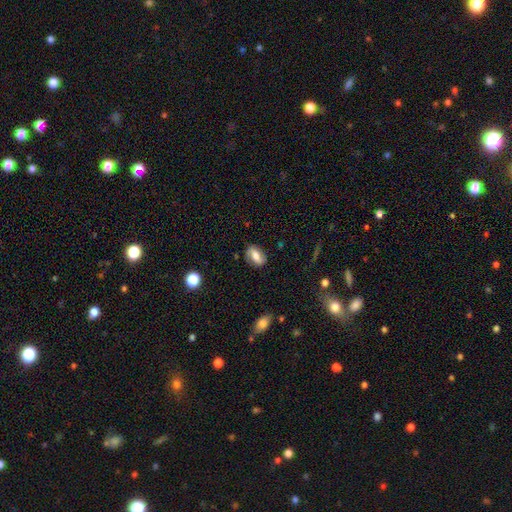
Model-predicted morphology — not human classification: smooth-or-featured: smooth: 50% | featured or disk: 41% | star or artifact: 9%
  how-rounded: in between: 83% | round: 13% | cigar-shaped: 4%
  merging: none: 77% | minor disturbance: 17% | major disturbance: 5% | merger: 2%